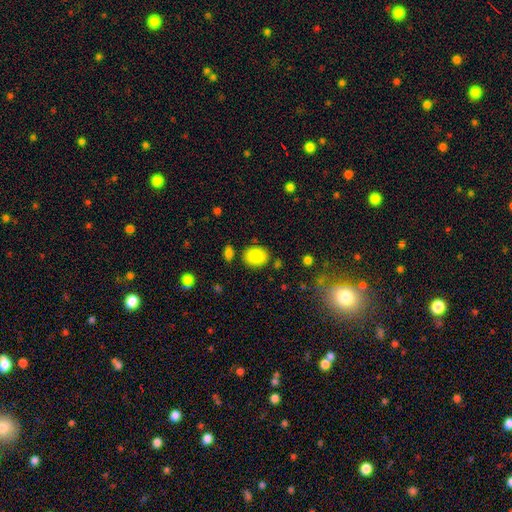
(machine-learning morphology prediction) smooth_or_featured: smooth (p=0.84) [alt: star or artifact p=0.08]
how_rounded: round (p=0.57) [alt: in between p=0.42]
merging: none (p=0.84) [alt: minor disturbance p=0.10]